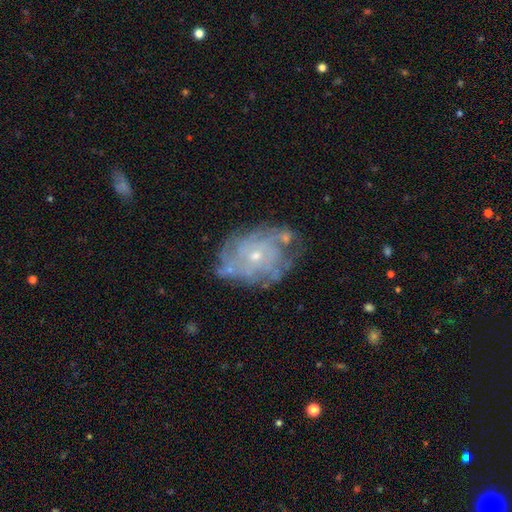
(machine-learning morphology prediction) Smooth or featured? Predicted: featured or disk (p=0.79). Edge-on disk? Predicted: no (p=0.97). Bar? Predicted: no (p=0.82). Spiral arms? Predicted: yes (p=0.81). Spiral winding? Predicted: tight (p=0.64). Spiral arm count? Predicted: can't tell (p=0.50). Bulge size? Predicted: small (p=0.70). Merging? Predicted: none (p=0.65).